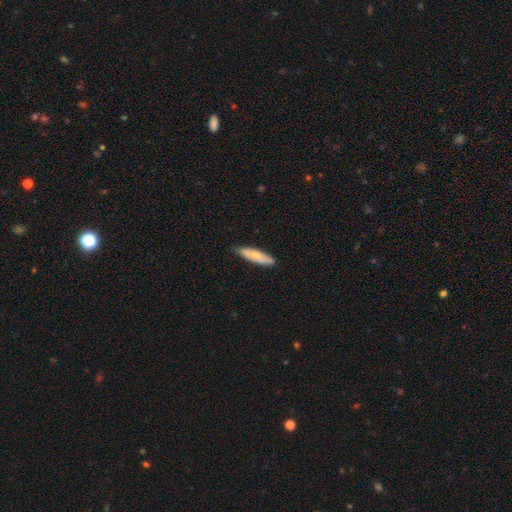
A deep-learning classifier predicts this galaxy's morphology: A smooth galaxy with no disk features (64%) that is cigar-shaped (63%).

Vote fractions:
- Smooth or featured? smooth: 64% / featured or disk: 30% / star or artifact: 6%
- How rounded? cigar-shaped: 63% / in between: 35% / round: 2%
- Merging? none: 81% / minor disturbance: 15% / major disturbance: 2% / merger: 1%